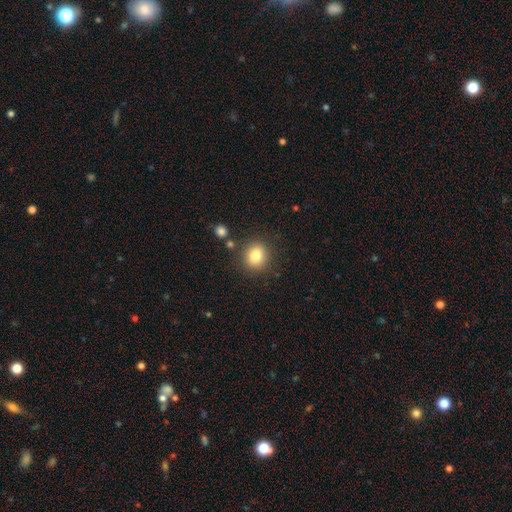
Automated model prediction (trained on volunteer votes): Smooth or featured? Predicted: smooth (p=0.82). How rounded? Predicted: round (p=0.80). Merging? Predicted: none (p=0.85).